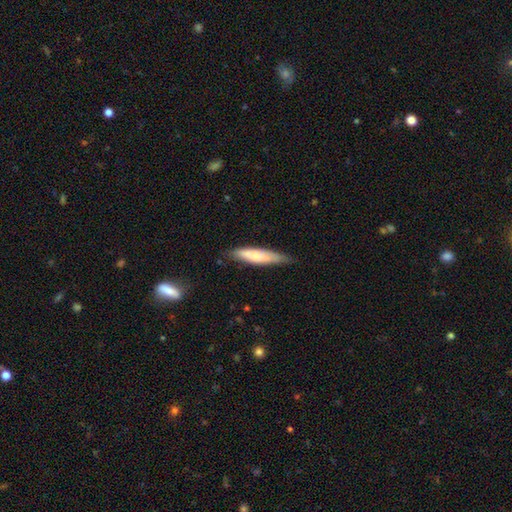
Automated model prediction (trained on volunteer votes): Smooth or featured? smooth (71%)
How rounded? cigar-shaped (80%)
Merging? none (74%)